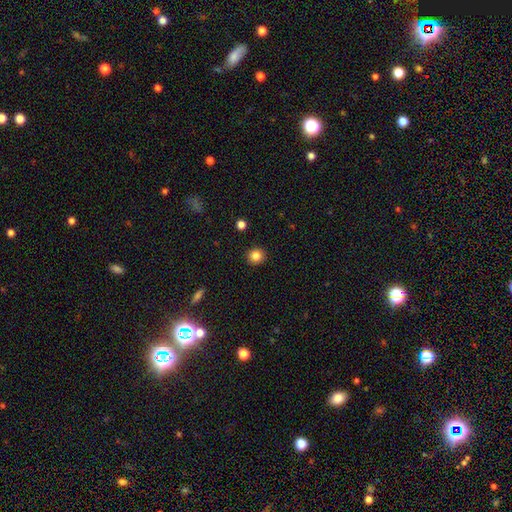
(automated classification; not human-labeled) This appears to be a smooth galaxy with no disk features (84%) that is round (92%). Merging: none (92%).